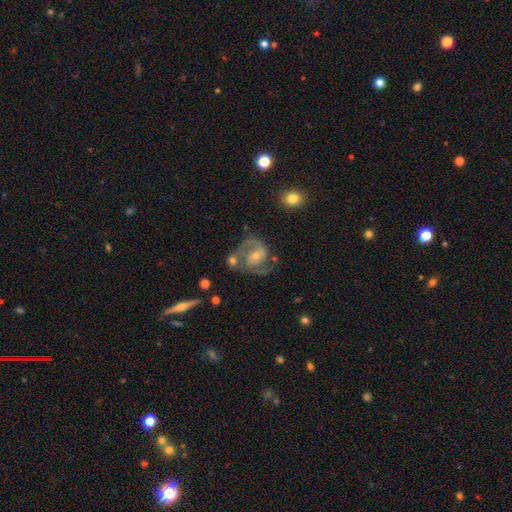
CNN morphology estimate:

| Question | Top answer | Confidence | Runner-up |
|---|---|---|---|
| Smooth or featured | featured or disk | 86% | smooth (8%) |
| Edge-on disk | no | 98% | yes (2%) |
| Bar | no | 45% | weak (41%) |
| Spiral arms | yes | 96% | no (4%) |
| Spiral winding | medium | 57% | tight (28%) |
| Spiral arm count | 2 | 85% | can't tell (5%) |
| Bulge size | small | 55% | moderate (40%) |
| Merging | none | 60% | minor disturbance (18%) |